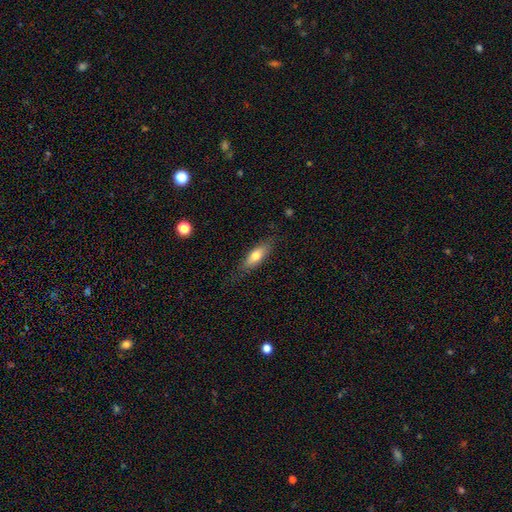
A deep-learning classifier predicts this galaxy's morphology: This is likely a smooth galaxy (70%). How rounded: likely in between (61%). Merging: likely none (79%).